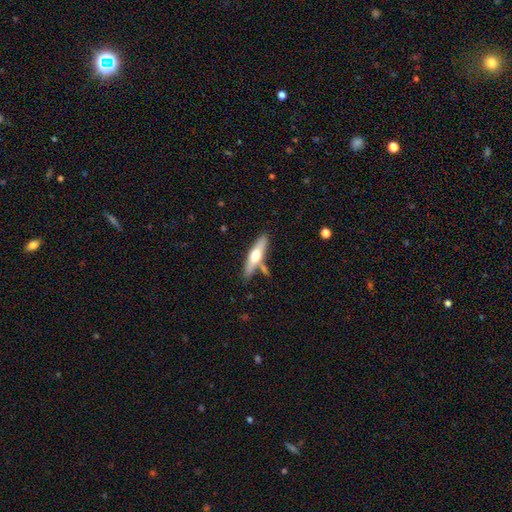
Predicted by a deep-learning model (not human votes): Smooth or featured?
  - smooth: 48% *
  - featured or disk: 47%
  - star or artifact: 5%
Merging?
  - none: 68% *
  - minor disturbance: 15%
  - merger: 13%
  - major disturbance: 4%